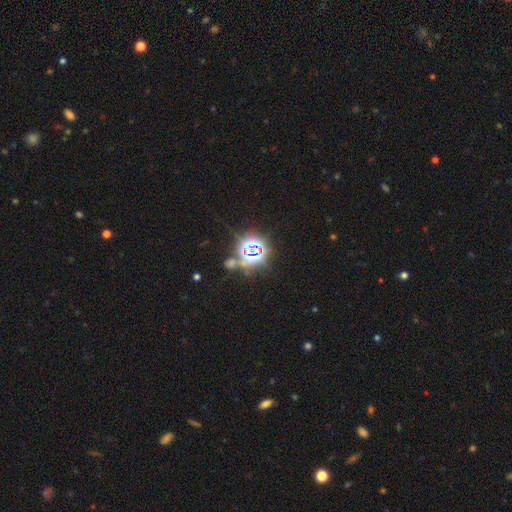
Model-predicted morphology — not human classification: Smooth or featured: star or artifact — 79% (smooth — 13%)